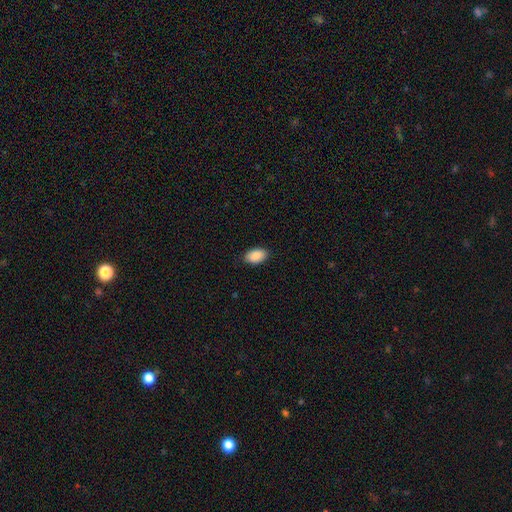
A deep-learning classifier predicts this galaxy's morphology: Smooth or featured?
  - smooth: 90% *
  - star or artifact: 7%
  - featured or disk: 3%
How rounded?
  - in between: 92% *
  - round: 6%
  - cigar-shaped: 1%
Merging?
  - none: 88% *
  - minor disturbance: 9%
  - major disturbance: 2%
  - merger: 1%